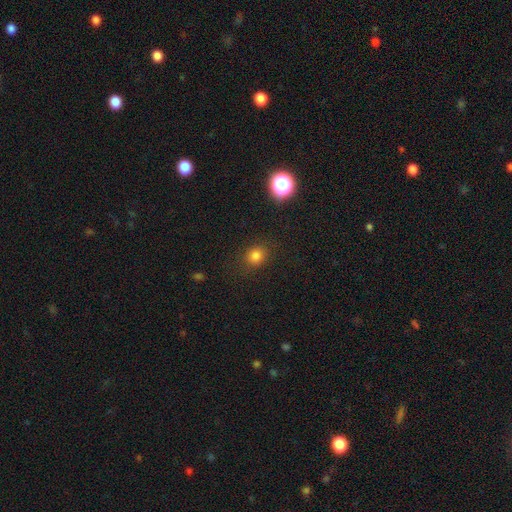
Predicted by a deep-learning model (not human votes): Smooth or featured: smooth — 78% (star or artifact — 16%)
How rounded: round — 72% (in between — 27%)
Merging: none — 84% (minor disturbance — 10%)